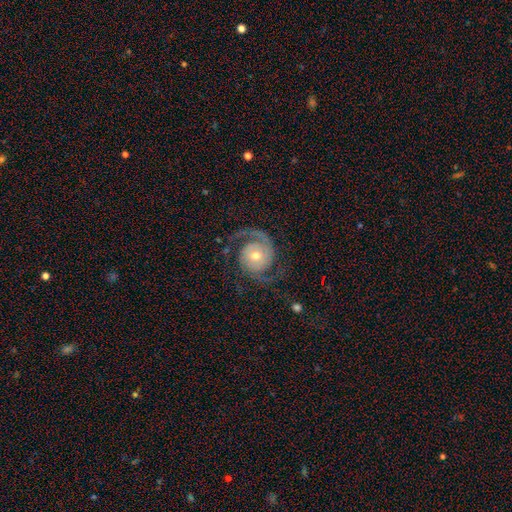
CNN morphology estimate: This appears to be a featured or disk galaxy (89%) with no bar (70%), 2 (91%) medium (51%) spiral arms (98%) and a moderate central bulge (58%). Merging: none (76%).